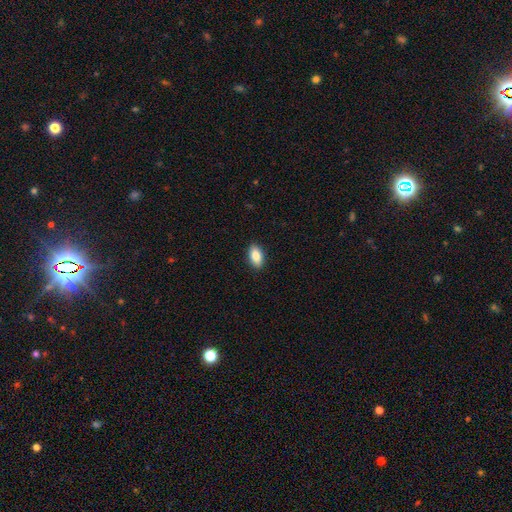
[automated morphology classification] The model was most divided on "smooth or featured": smooth: 84%, featured or disk: 9%, star or artifact: 7%. More confident: how rounded — in between (90%); merging — none (90%).